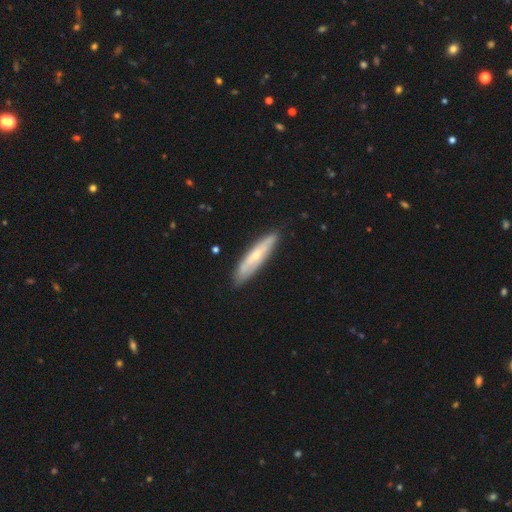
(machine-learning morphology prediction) The model was most divided on "smooth or featured": featured or disk: 52%, smooth: 43%, star or artifact: 6%. More confident: merging — none (84%); edge-on disk — yes (61%).